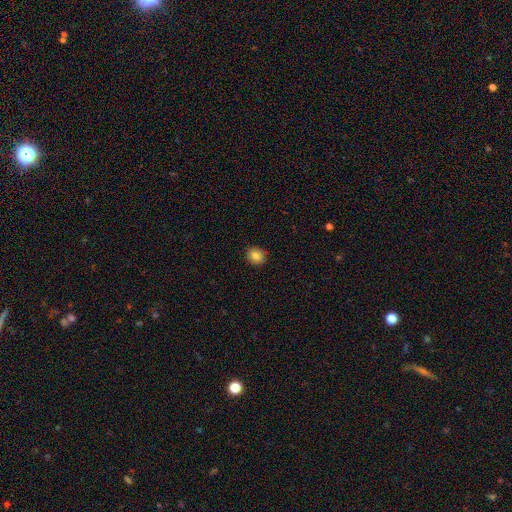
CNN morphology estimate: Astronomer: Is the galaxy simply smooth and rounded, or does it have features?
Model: smooth — 85%.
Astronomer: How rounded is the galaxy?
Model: round — 67%.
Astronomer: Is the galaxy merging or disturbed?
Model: none — 89%.